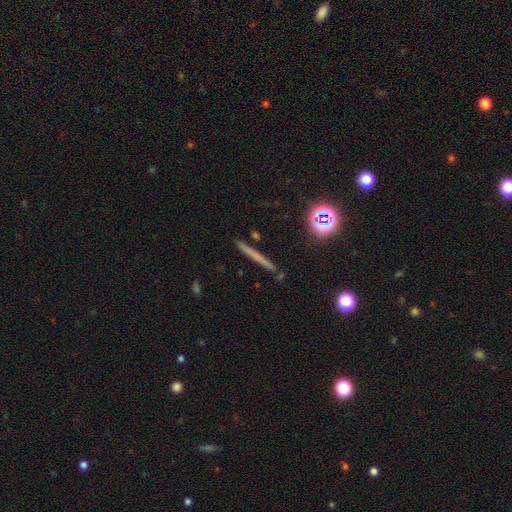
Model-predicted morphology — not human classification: smooth-or-featured: smooth: 50% | featured or disk: 35% | star or artifact: 14%
  how-rounded: cigar-shaped: 93% | round: 4% | in between: 3%
  merging: none: 88% | minor disturbance: 8% | merger: 2% | major disturbance: 2%